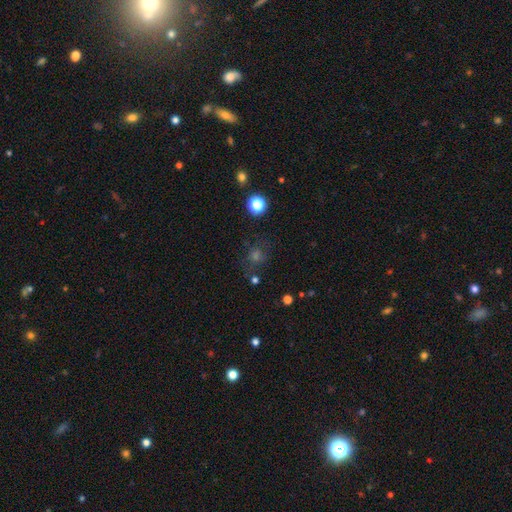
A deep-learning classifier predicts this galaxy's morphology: smooth 47%, star or artifact 38%, featured or disk 15%. Down the decision tree: merging — none (75%).